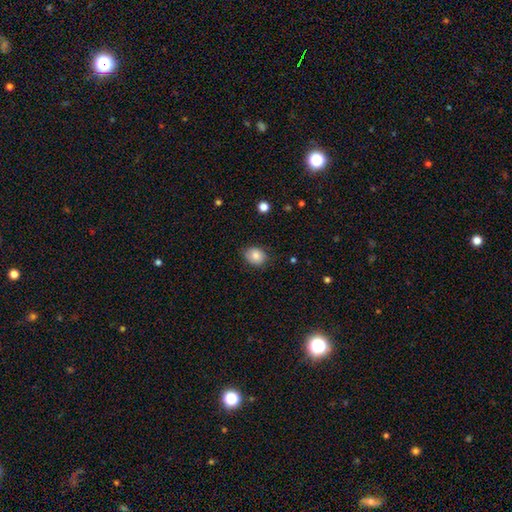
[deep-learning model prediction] Smooth or featured? smooth (82%)
How rounded? round (54%)
Merging? none (78%)